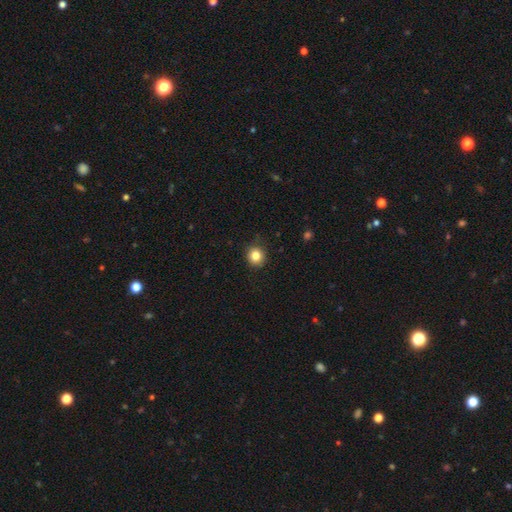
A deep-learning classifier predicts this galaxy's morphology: This is clearly a smooth galaxy (83%). How rounded: clearly round (89%). Merging: clearly none (87%).